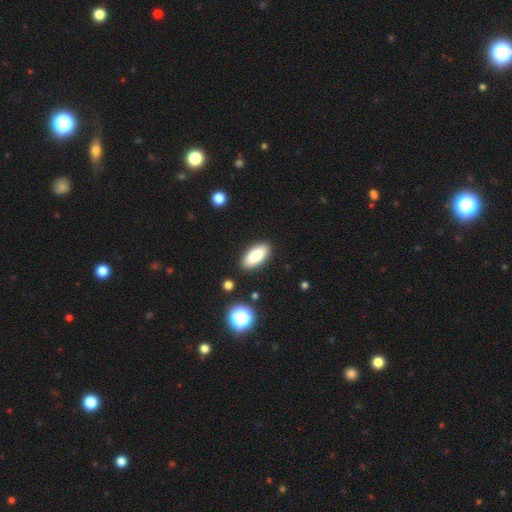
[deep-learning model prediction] Overall: smooth (82%). How rounded: in between (85%). Merging: none (88%).